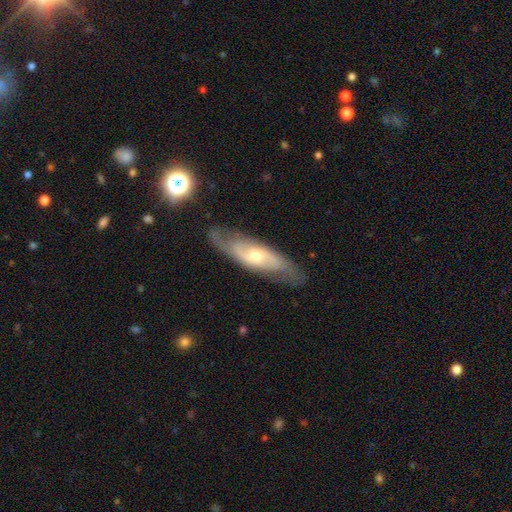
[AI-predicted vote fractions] This appears to be a featured or disk galaxy (71%) with no bar (55%), spiral arms (85%) and a moderate central bulge (56%). Merging: none (76%).